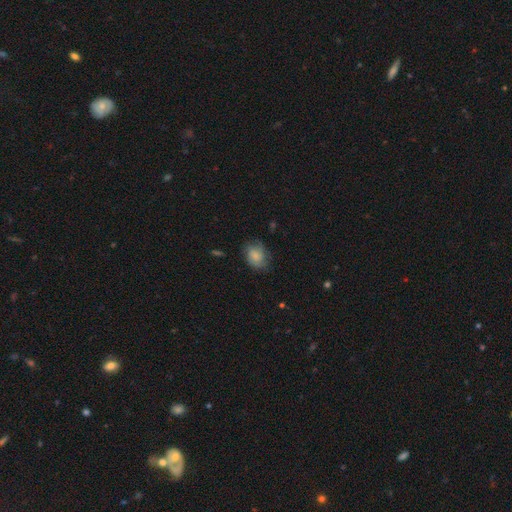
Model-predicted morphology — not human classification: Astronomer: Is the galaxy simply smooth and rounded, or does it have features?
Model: smooth — 59%.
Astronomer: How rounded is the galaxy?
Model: in between — 61% (runner-up: round, 37%).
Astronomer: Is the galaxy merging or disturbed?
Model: none — 66%.